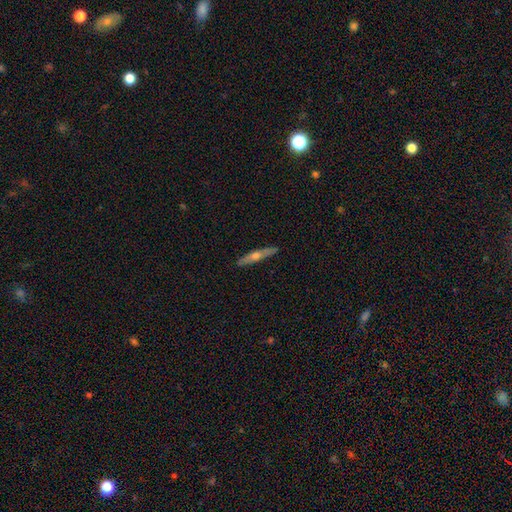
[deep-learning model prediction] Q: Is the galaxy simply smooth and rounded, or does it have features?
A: featured or disk — 57%.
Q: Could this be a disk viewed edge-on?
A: yes — 92%.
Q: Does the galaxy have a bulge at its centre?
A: rounded — 85%.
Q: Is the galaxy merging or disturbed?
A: none — 89%.